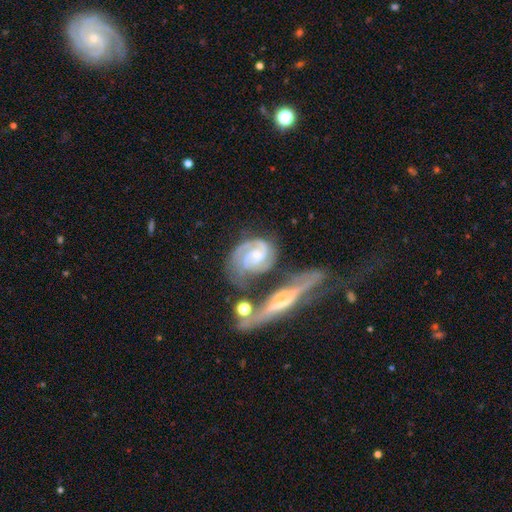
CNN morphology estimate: Smooth or featured?
  - featured or disk: 88% *
  - smooth: 7%
  - star or artifact: 4%
Edge-on disk?
  - no: 96% *
  - yes: 4%
Bar?
  - no: 50% *
  - weak: 38%
  - strong: 12%
Spiral arms?
  - yes: 97% *
  - no: 3%
Spiral winding?
  - tight: 61% *
  - medium: 33%
  - loose: 6%
Spiral arm count?
  - 2: 69% *
  - 3: 15%
  - can't tell: 8%
  - 1: 3%
  - 4: 2%
  - more than 4: 2%
Bulge size?
  - small: 58% *
  - moderate: 31%
  - none: 8%
  - large: 3%
  - dominant: 1%
Merging?
  - none: 50% *
  - merger: 20%
  - minor disturbance: 19%
  - major disturbance: 11%